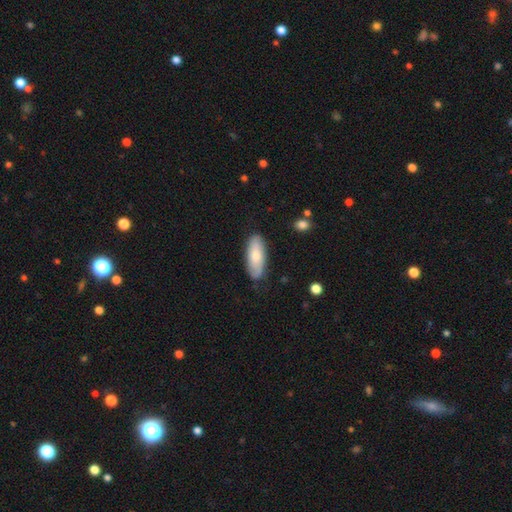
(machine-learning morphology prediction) Smooth or featured?
  - smooth: 70% *
  - featured or disk: 24%
  - star or artifact: 5%
How rounded?
  - in between: 79% *
  - cigar-shaped: 19%
  - round: 2%
Merging?
  - none: 82% *
  - minor disturbance: 14%
  - major disturbance: 3%
  - merger: 1%